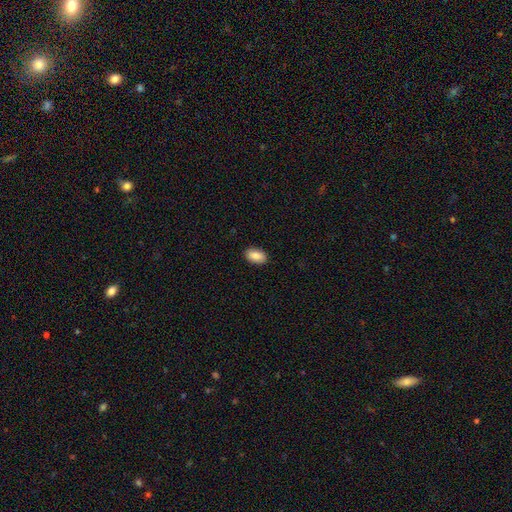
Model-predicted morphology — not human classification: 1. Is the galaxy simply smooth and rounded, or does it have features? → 87% smooth, 7% star or artifact, 6% featured or disk.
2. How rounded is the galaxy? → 93% in between, 6% round, 2% cigar-shaped.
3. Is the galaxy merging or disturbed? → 89% none, 8% minor disturbance, 2% major disturbance, 1% merger.